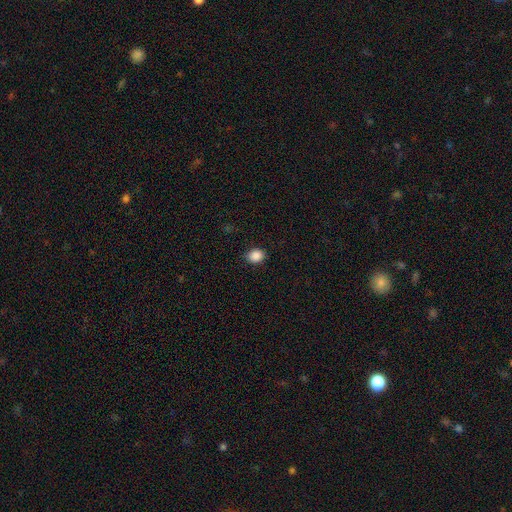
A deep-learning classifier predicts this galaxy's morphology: The model was most divided on "how rounded": round: 57%, in between: 43%, cigar-shaped: 1%. More confident: smooth or featured — smooth (88%); merging — none (87%).